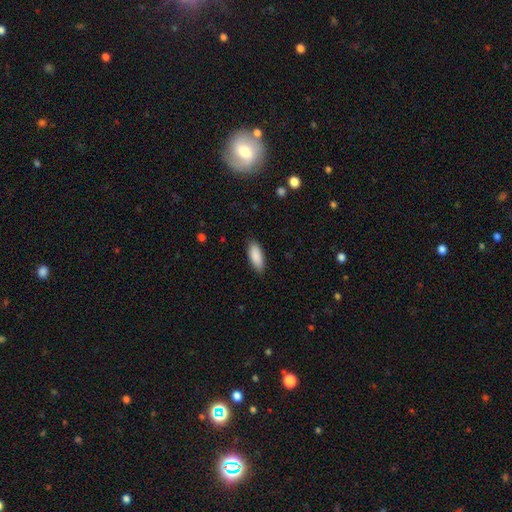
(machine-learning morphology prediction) This appears to be a smooth galaxy with no disk features (89%) that is in between round and cigar-shaped (77%). Merging: none (86%).